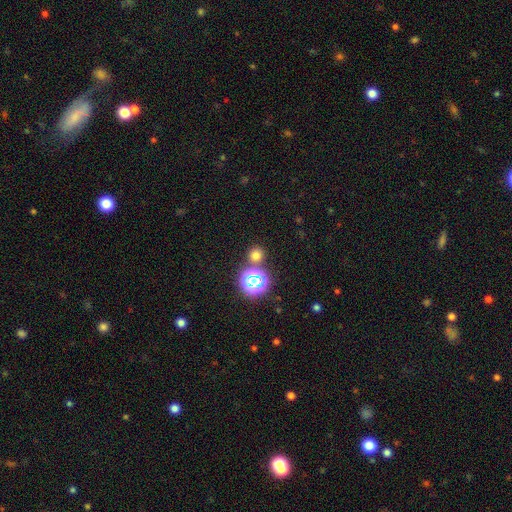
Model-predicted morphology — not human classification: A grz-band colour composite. It shows a smooth galaxy with no disk features (66%) that is round (90%). Merging: none (79%).